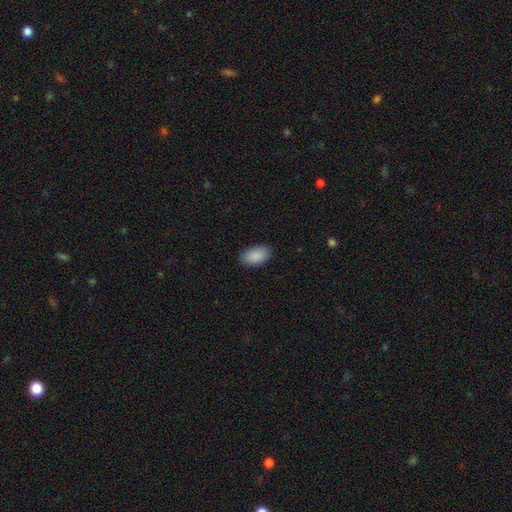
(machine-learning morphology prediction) smooth-or-featured: smooth: 90% | star or artifact: 6% | featured or disk: 3%
  how-rounded: in between: 94% | round: 4% | cigar-shaped: 2%
  merging: none: 87% | minor disturbance: 10% | major disturbance: 2% | merger: 1%